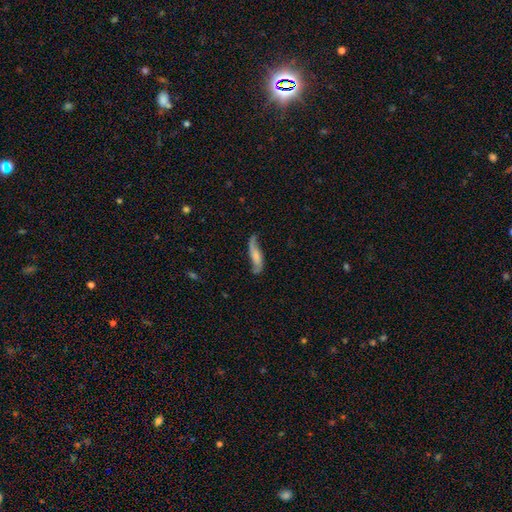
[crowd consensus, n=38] Q: Smooth or featured?
A: featured or disk (66%); runner-up: smooth (32%)
Q: Edge-on disk?
A: no (88%); runner-up: yes (12%)
Q: Bar?
A: no (55%); runner-up: weak (36%)
Q: Spiral arms?
A: yes (82%); runner-up: no (18%)
Q: Spiral winding?
A: loose (100%)
Q: Spiral arm count?
A: 2 (94%); runner-up: 1 (6%)
Q: Bulge size?
A: small (36%); runner-up: moderate (32%)
Q: Merging?
A: none (54%); runner-up: minor disturbance (32%)